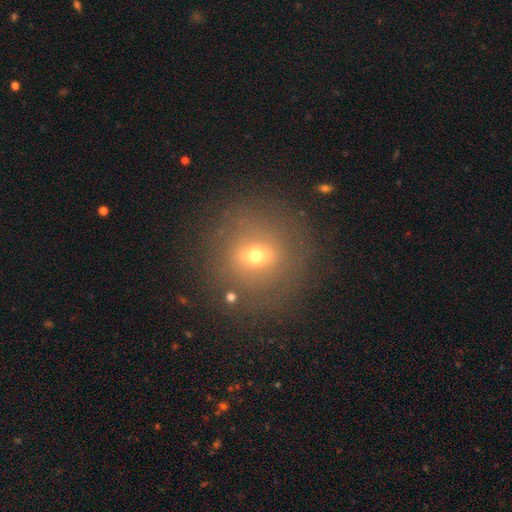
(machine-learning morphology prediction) This is possibly a smooth galaxy (51%). How rounded: clearly round (84%). Merging: clearly none (83%).